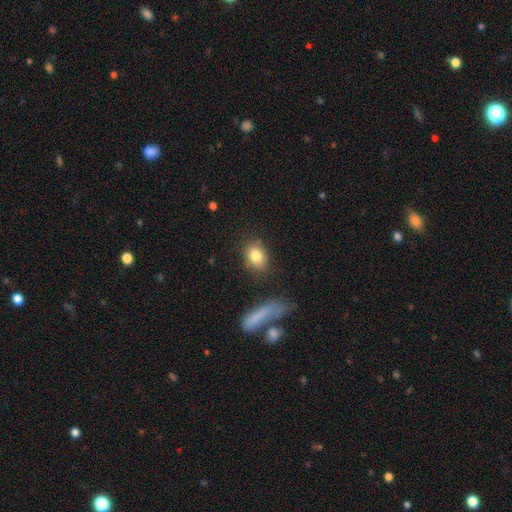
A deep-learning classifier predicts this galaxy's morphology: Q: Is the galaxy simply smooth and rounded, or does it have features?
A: smooth — 81%.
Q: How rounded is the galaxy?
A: in between — 69%.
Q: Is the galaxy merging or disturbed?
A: none — 78%.